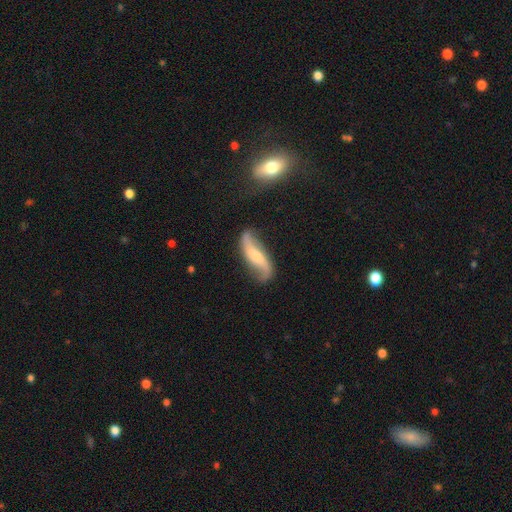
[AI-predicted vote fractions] This is likely a featured or disk galaxy (80%). It is clearly not viewed edge-on (89%). Bar: marginally no (39%). Spiral arm pattern: clearly yes (95%). Spiral arm count: clearly 2 (93%). Spiral winding: clearly loose (87%). Central bulge: marginally small (41%). Merging: likely none (72%).